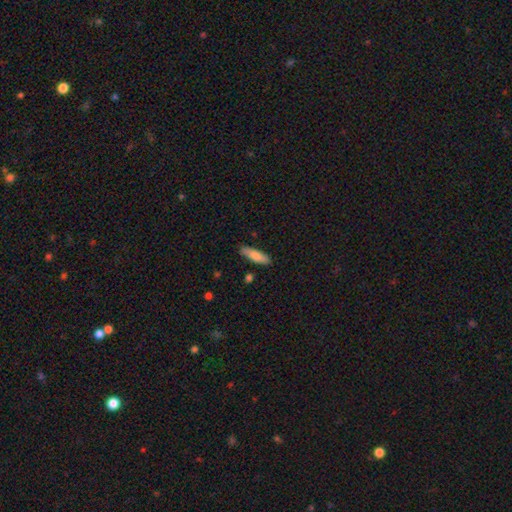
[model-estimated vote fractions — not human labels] This is clearly a smooth galaxy (82%). How rounded: possibly cigar-shaped (58%). Merging: clearly none (86%).